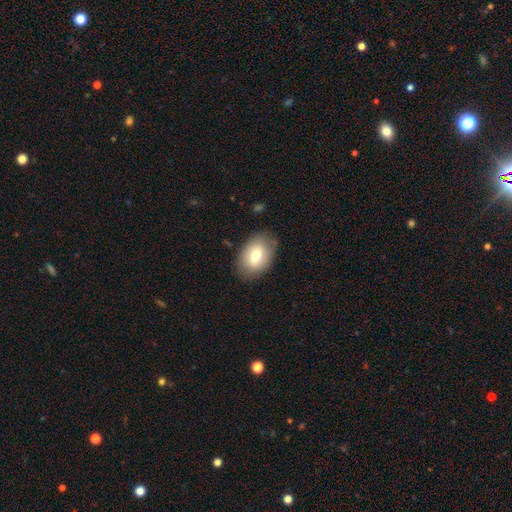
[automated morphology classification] smooth_or_featured: smooth (p=0.73) [alt: featured or disk p=0.20]
how_rounded: in between (p=0.85) [alt: round p=0.14]
merging: none (p=0.81) [alt: minor disturbance p=0.14]